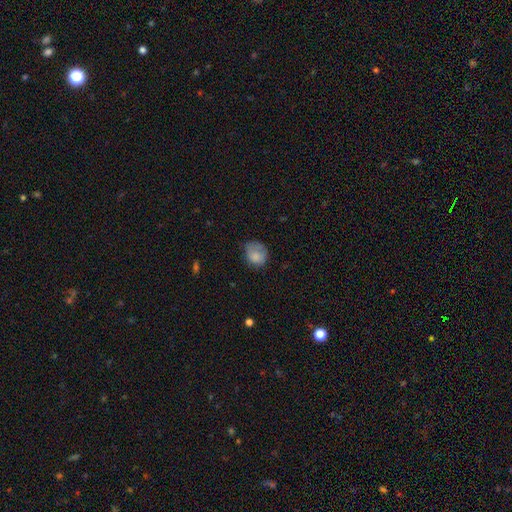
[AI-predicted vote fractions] Smooth or featured: smooth — 77% (featured or disk — 14%)
How rounded: round — 67% (in between — 32%)
Merging: none — 46% (minor disturbance — 34%)